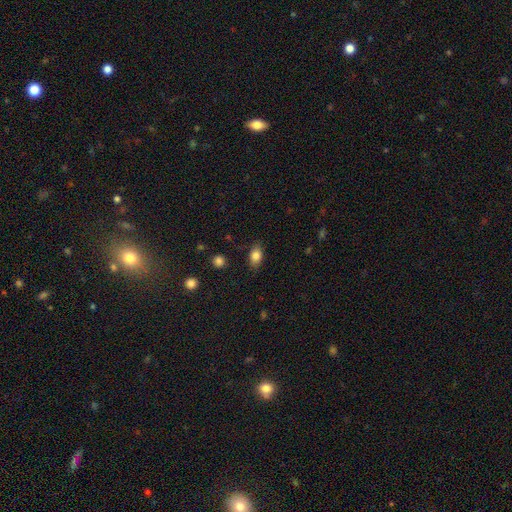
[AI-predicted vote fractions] This is clearly a smooth galaxy (83%). How rounded: clearly in between (82%). Merging: clearly none (82%).